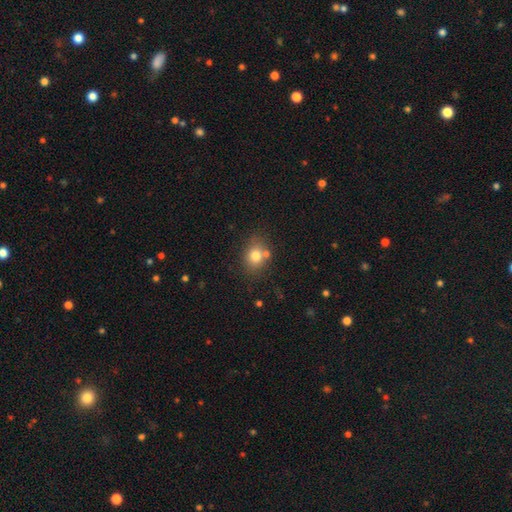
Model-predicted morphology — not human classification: smooth-or-featured: smooth: 77% | featured or disk: 11% | star or artifact: 11%
  how-rounded: round: 58% | in between: 41% | cigar-shaped: 1%
  merging: none: 68% | merger: 14% | minor disturbance: 13% | major disturbance: 4%